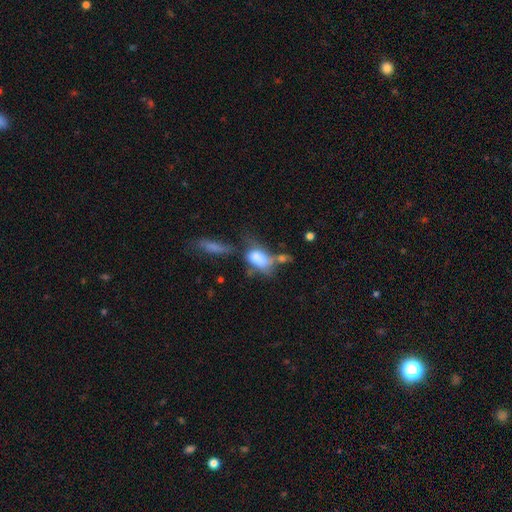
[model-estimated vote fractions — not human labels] This is likely a smooth galaxy (71%). How rounded: clearly in between (88%). Merging: marginally merger (36%).